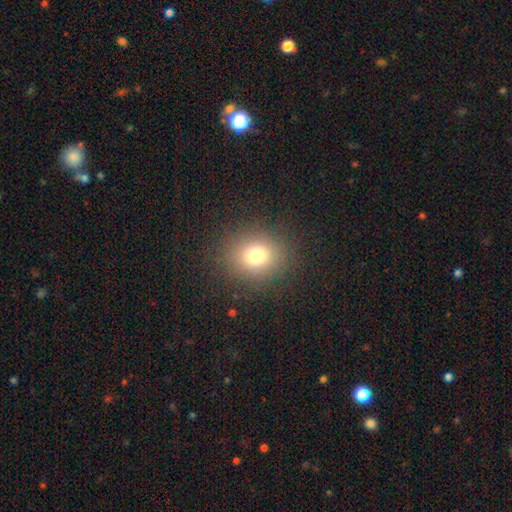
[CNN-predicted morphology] A smooth galaxy with no disk features (75%) that is round (73%). Merging: none (87%).